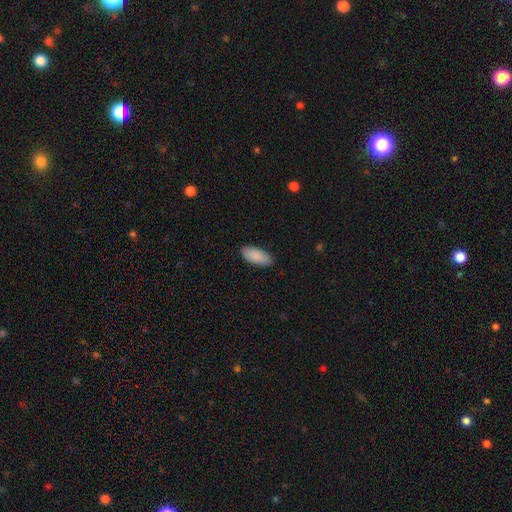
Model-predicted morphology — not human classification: Overall: smooth (90%). How rounded: in between (88%). Merging: none (87%).